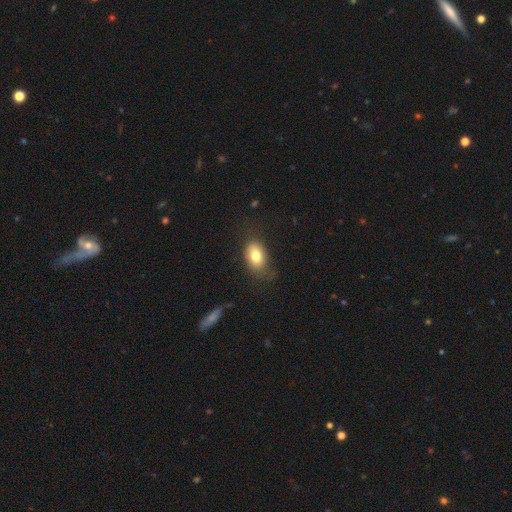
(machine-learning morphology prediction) smooth_or_featured: smooth (p=0.77) [alt: featured or disk p=0.14]
how_rounded: in between (p=0.85) [alt: round p=0.14]
merging: none (p=0.68) [alt: minor disturbance p=0.22]